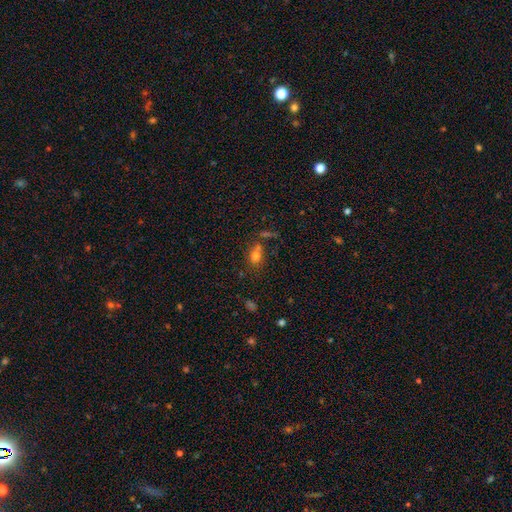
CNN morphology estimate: The model was most divided on "merging": none: 50%, merger: 27%, minor disturbance: 15%, major disturbance: 8%. More confident: smooth or featured — smooth (74%); how rounded — in between (63%).